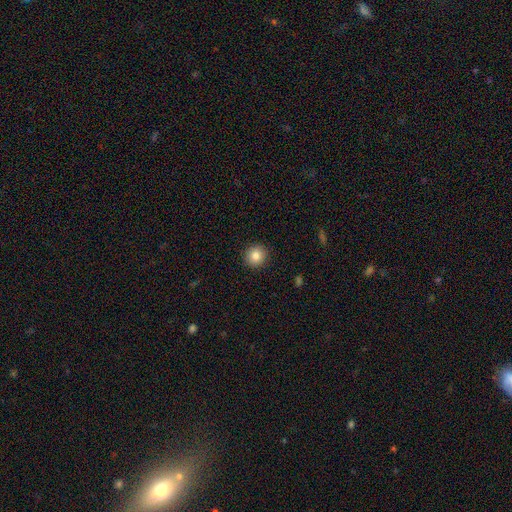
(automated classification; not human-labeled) A smooth galaxy with no disk features (84%) that is round (93%). Merging: none (92%).